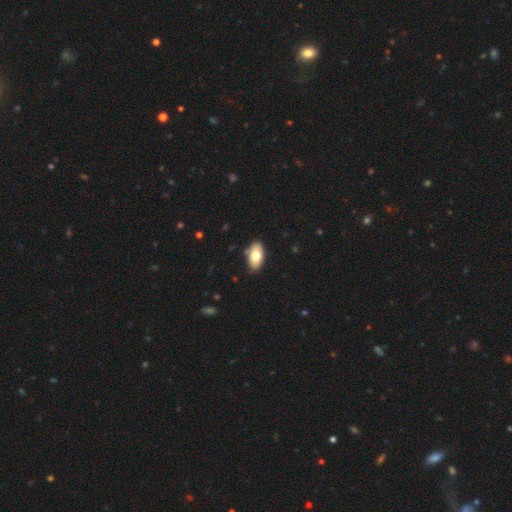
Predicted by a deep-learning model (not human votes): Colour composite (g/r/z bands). It shows a smooth galaxy with no disk features (75%) that is in between round and cigar-shaped (93%). Merging: none (85%).